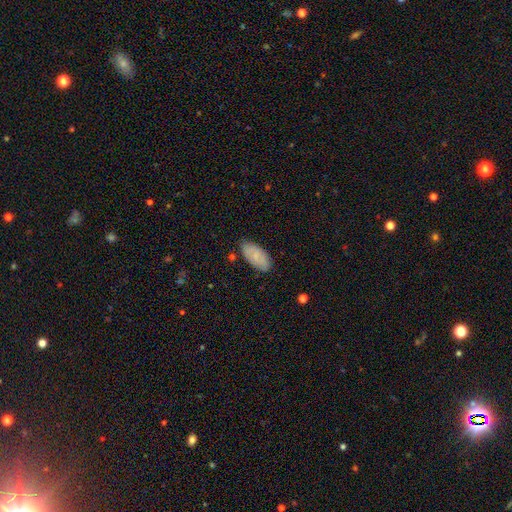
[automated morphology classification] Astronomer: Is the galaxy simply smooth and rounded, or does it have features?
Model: smooth — 75%.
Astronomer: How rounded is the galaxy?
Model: in between — 93%.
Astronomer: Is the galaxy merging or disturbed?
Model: none — 79%.